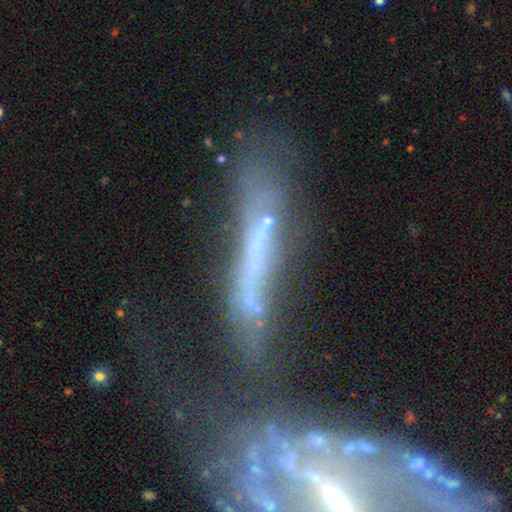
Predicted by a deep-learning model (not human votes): Overall: featured or disk (60%; smooth 28%). Edge-on disk: no (53%; yes 47%). Merging: merger (33%; major disturbance 27%).